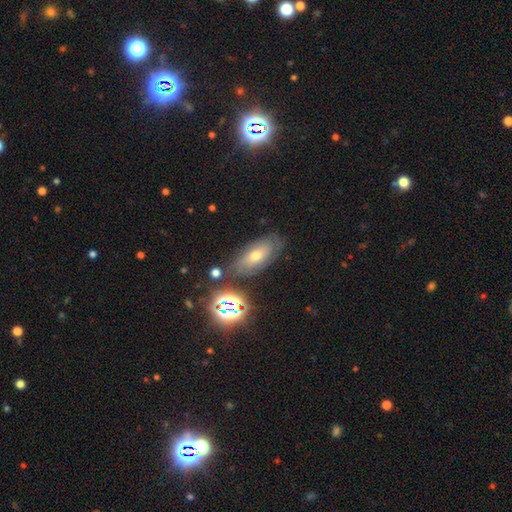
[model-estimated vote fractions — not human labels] The model was most divided on "smooth or featured": smooth: 42%, featured or disk: 36%, star or artifact: 22%. More confident: merging — none (74%).